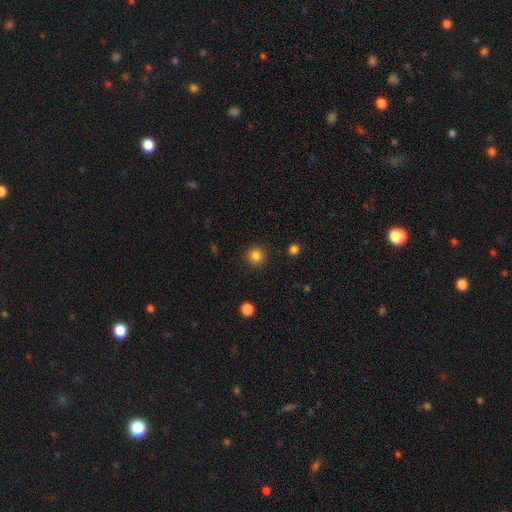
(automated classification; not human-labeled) Smooth or featured?
  - smooth: 84% *
  - star or artifact: 12%
  - featured or disk: 4%
How rounded?
  - round: 94% *
  - in between: 5%
  - cigar-shaped: 1%
Merging?
  - none: 91% *
  - minor disturbance: 5%
  - major disturbance: 2%
  - merger: 1%